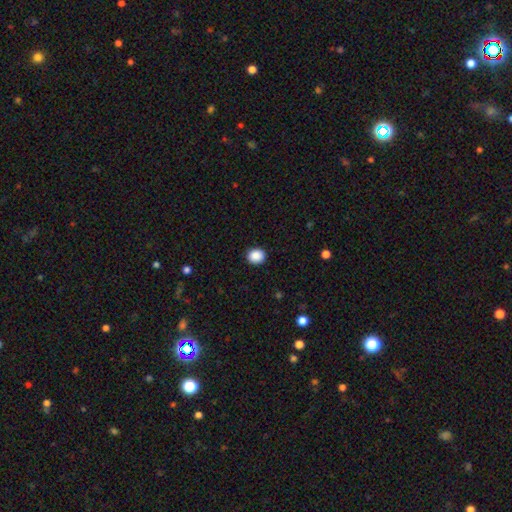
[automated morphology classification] smooth-or-featured: smooth: 89% | star or artifact: 9% | featured or disk: 3%
  how-rounded: round: 69% | in between: 30% | cigar-shaped: 1%
  merging: none: 91% | minor disturbance: 6% | major disturbance: 2% | merger: 1%